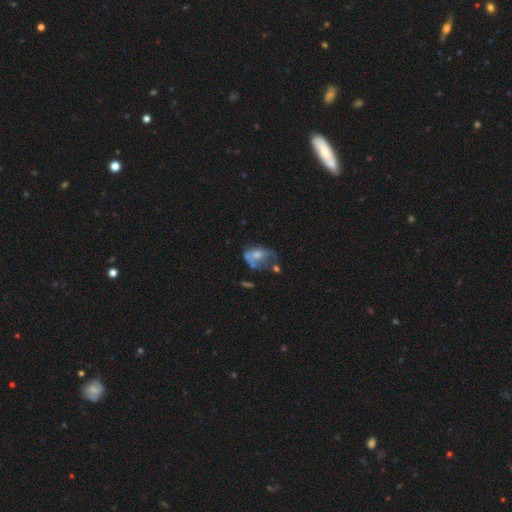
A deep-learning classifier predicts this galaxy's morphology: This is possibly a featured or disk galaxy (50%). Merging: marginally major disturbance (39%).